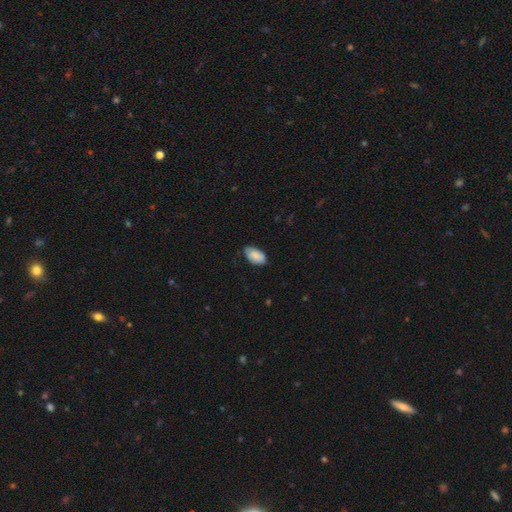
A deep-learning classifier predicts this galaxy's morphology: Q: Smooth or featured?
A: smooth (82%); runner-up: featured or disk (11%)
Q: How rounded?
A: in between (94%); runner-up: round (4%)
Q: Merging?
A: none (68%); runner-up: minor disturbance (27%)